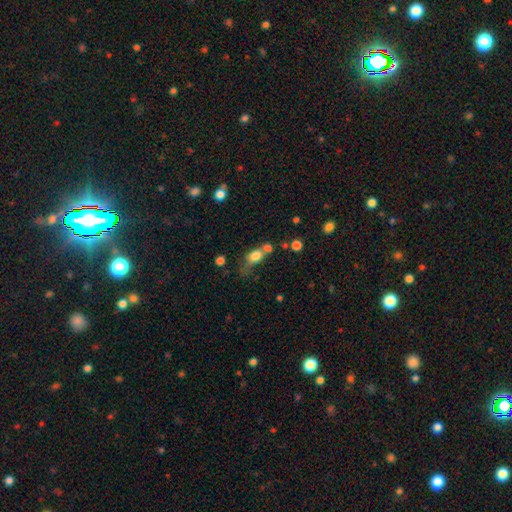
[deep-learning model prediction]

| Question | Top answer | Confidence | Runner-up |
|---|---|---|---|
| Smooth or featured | smooth | 76% | featured or disk (13%) |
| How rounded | in between | 61% | round (33%) |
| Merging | merger | 39% | none (29%) |